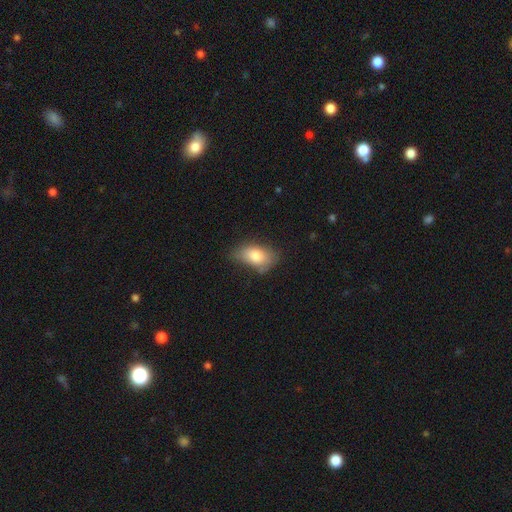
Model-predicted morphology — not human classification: This is likely a smooth galaxy (80%). How rounded: clearly in between (90%). Merging: possibly none (56%).